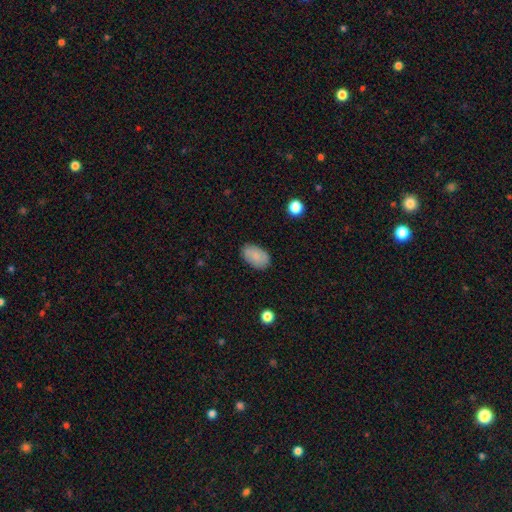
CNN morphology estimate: A smooth galaxy with no disk features (82%) that is in between round and cigar-shaped (92%). Merging: none (84%).